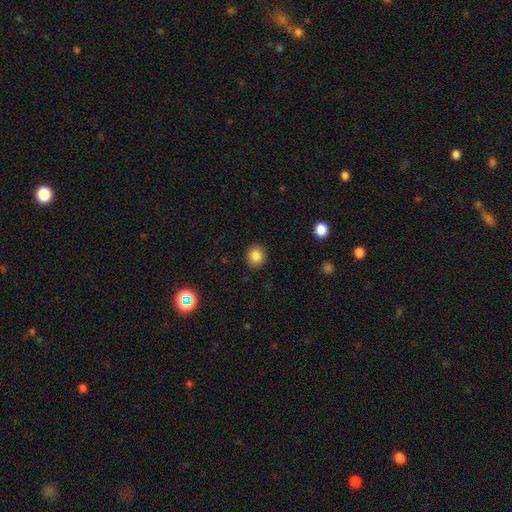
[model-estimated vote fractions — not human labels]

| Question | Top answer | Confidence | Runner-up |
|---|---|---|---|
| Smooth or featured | smooth | 85% | star or artifact (10%) |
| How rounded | round | 84% | in between (15%) |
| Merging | none | 90% | minor disturbance (7%) |